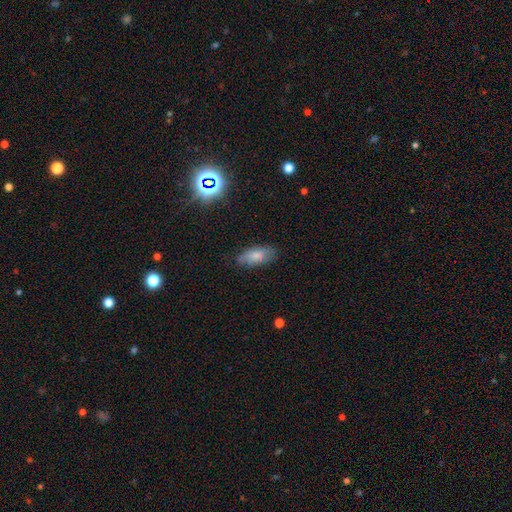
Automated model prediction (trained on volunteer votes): smooth_or_featured: smooth (p=0.73) [alt: featured or disk p=0.18]
how_rounded: in between (p=0.88) [alt: cigar-shaped p=0.09]
merging: none (p=0.74) [alt: minor disturbance p=0.20]